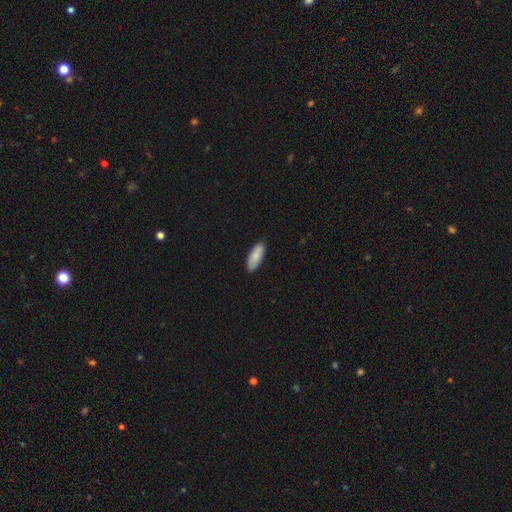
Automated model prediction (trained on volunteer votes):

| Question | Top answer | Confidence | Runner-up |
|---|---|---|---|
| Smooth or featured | smooth | 85% | featured or disk (9%) |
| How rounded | in between | 75% | cigar-shaped (23%) |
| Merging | none | 87% | minor disturbance (10%) |